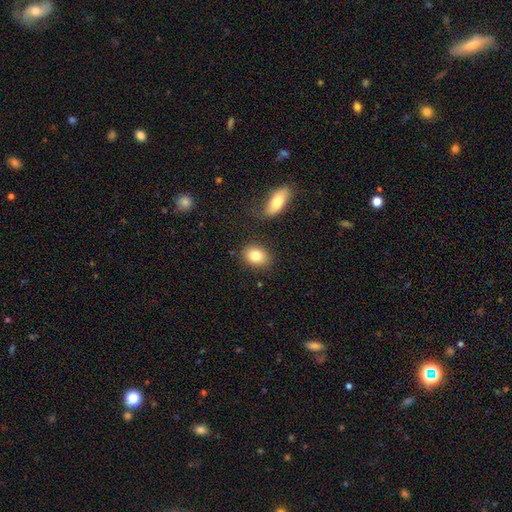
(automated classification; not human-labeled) Smooth or featured? Predicted: smooth (p=0.82). How rounded? Predicted: in between (p=0.67). Merging? Predicted: none (p=0.81).